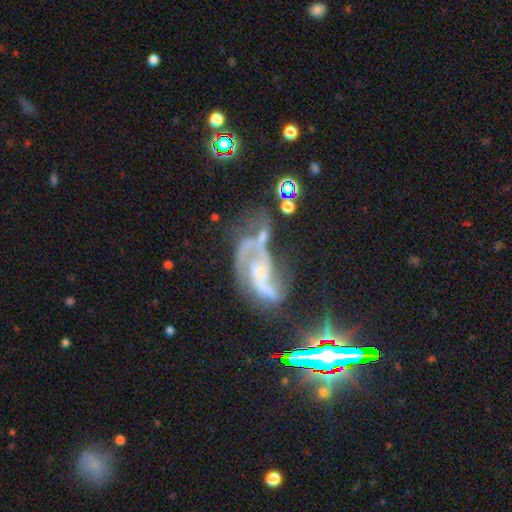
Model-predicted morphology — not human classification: smooth-or-featured: featured or disk: 76% | star or artifact: 14% | smooth: 10%
  disk-edge-on: no: 95% | yes: 5%
    bar: no: 57% | weak: 30% | strong: 13%
    has-spiral-arms: yes: 86% | no: 14%
      spiral-winding: loose: 47% | medium: 39% | tight: 14%
      spiral-arm-count: 2: 71% | 1: 11% | can't tell: 10% | 3: 4% | 4: 2% | more than 4: 2%
    bulge-size: none: 41% | small: 34% | moderate: 18% | large: 5% | dominant: 2%
  merging: major disturbance: 34% | none: 27% | merger: 21% | minor disturbance: 18%